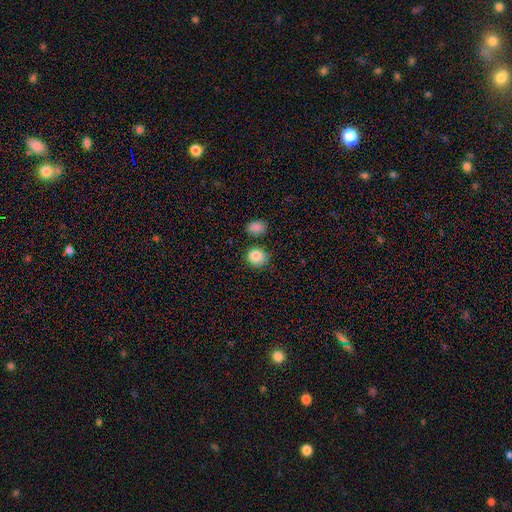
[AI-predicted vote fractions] This appears to be a smooth galaxy with no disk features (87%) that is round (76%). Merging: none (75%).